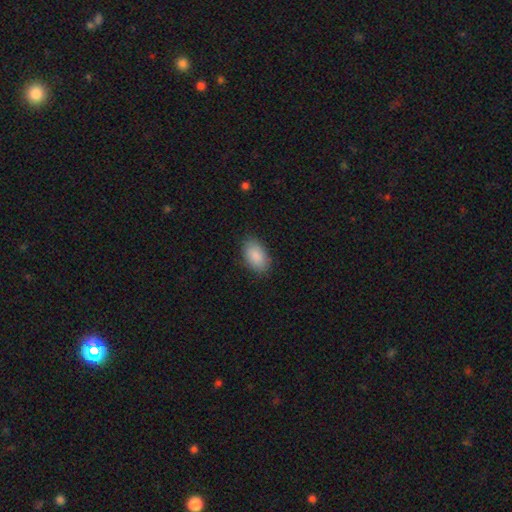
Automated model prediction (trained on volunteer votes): A smooth galaxy with no disk features (89%) that is in between round and cigar-shaped (93%). Merging: none (85%).